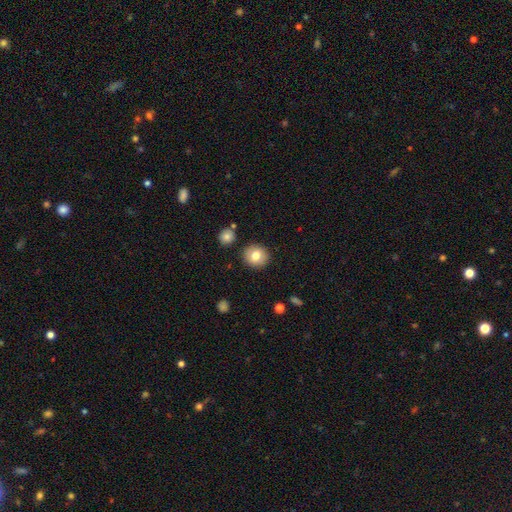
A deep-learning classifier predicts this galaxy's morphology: Smooth or featured: smooth — 79% (featured or disk — 12%)
How rounded: round — 88% (in between — 11%)
Merging: none — 89% (minor disturbance — 7%)